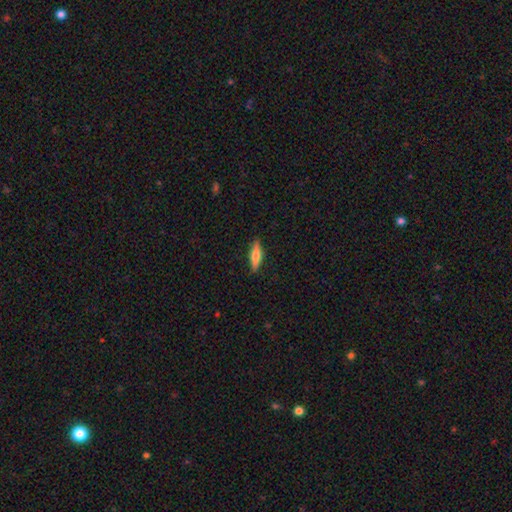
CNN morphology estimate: Overall: smooth (58%; featured or disk 36%). How rounded: cigar-shaped (67%; in between 30%). Merging: none (88%).